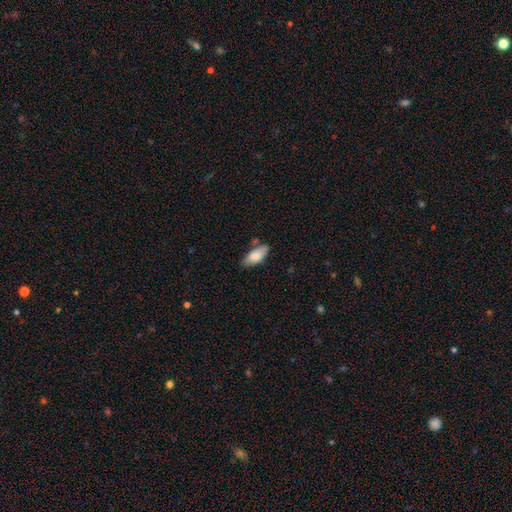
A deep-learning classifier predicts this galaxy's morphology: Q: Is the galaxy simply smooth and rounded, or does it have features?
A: smooth — 82%.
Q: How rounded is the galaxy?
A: in between — 84%.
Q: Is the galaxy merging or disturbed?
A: none — 68%.